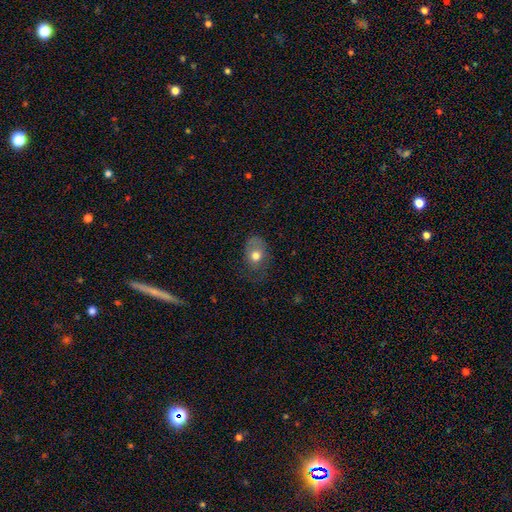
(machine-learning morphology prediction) Smooth or featured? Predicted: smooth (p=0.68). How rounded? Predicted: in between (p=0.63). Merging? Predicted: none (p=0.44).